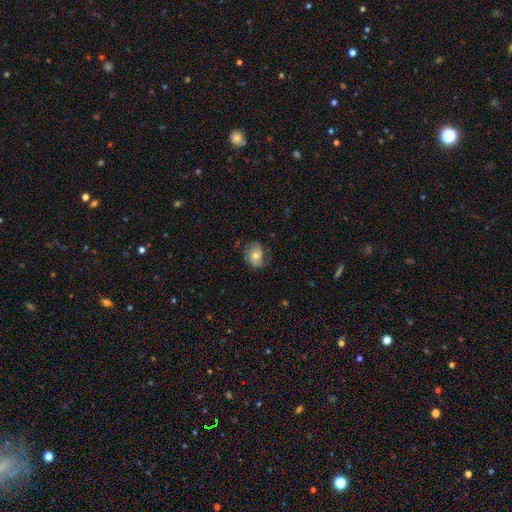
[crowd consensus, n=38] smooth 74%, featured or disk 24%, star or artifact 3%. Down the decision tree: how rounded — in between (68%); merging — none (62%).